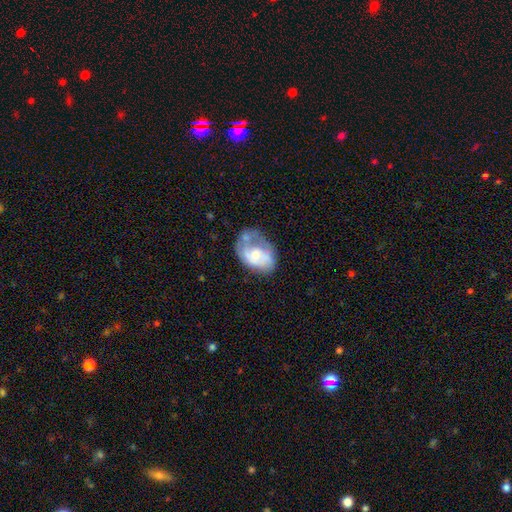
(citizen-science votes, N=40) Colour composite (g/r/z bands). It shows a featured or disk galaxy (65%) with no bar (77%), 2 (44%, tied with can't tell) medium (62%) spiral arms (62%) and a small central bulge (42%). Merging: none (44%).